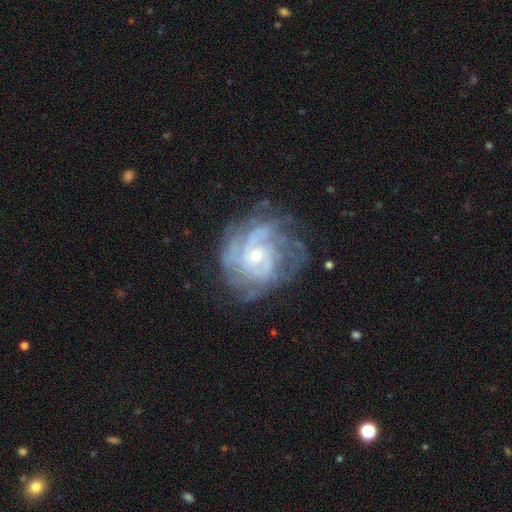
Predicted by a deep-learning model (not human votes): Morphology: type=featured or disk (85%); edge-on=no (97%); bar=no (71%); spiral arms=yes (92%); winding=tight (59%); arm count=can't tell (40%); bulge=small (61%); merging=none (63%).